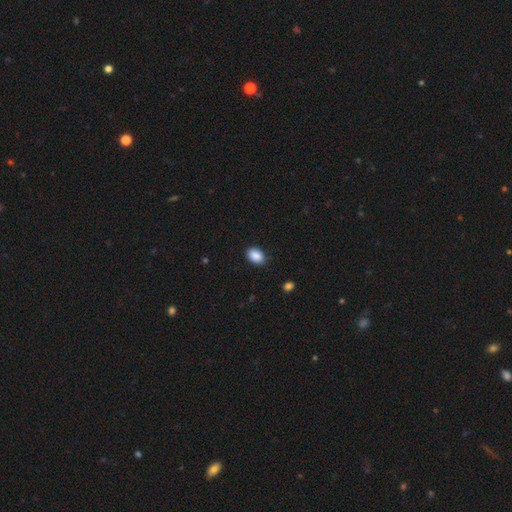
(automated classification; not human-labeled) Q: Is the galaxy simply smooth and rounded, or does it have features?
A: smooth — 89%.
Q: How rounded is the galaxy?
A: in between — 82%.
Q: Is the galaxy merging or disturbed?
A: none — 85%.